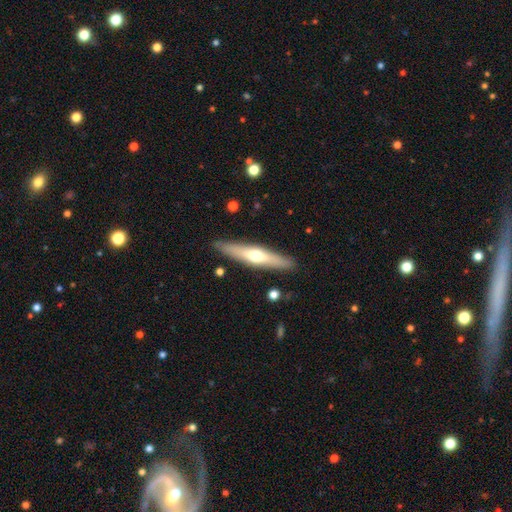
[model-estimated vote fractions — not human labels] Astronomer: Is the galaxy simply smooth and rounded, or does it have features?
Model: featured or disk — 52% (runner-up: smooth, 43%).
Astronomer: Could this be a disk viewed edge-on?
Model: yes — 89%.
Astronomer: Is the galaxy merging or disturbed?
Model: none — 88%.